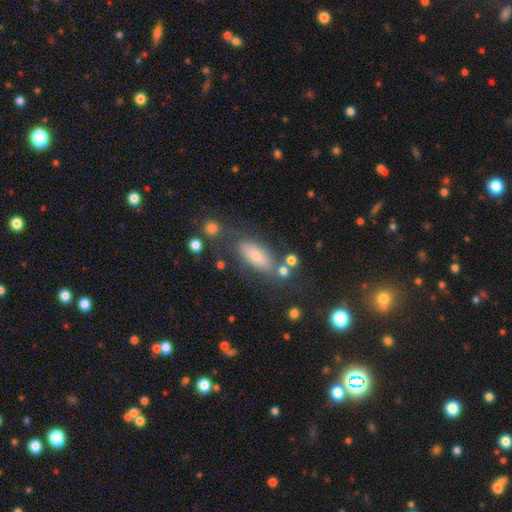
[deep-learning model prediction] This appears to be a smooth galaxy with no disk features (72%) that is in between round and cigar-shaped (79%). Merging: none (70%).